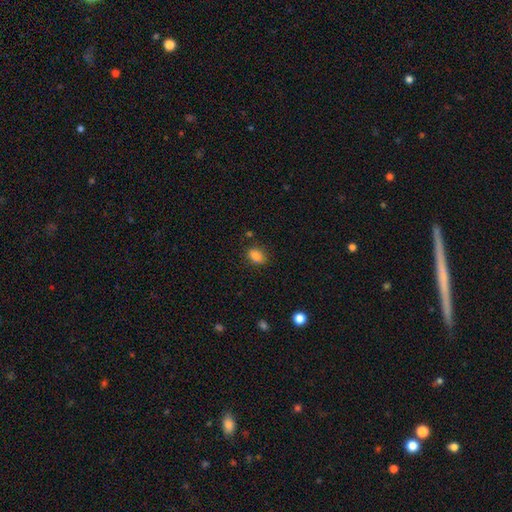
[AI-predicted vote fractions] This is clearly a smooth galaxy (85%). How rounded: likely in between (77%). Merging: likely none (79%).